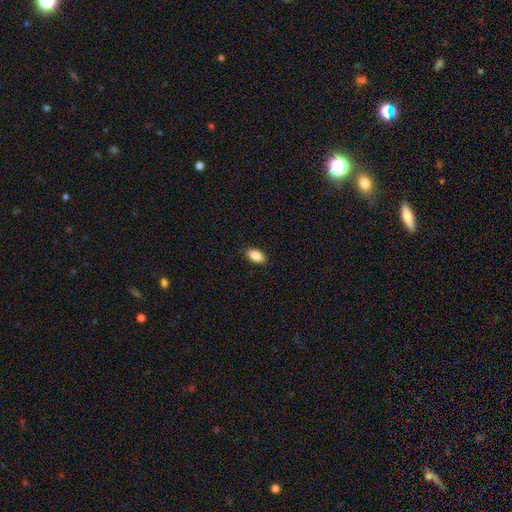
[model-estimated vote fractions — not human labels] smooth 87%, star or artifact 7%, featured or disk 6%. Down the decision tree: how rounded — in between (91%); merging — none (87%).